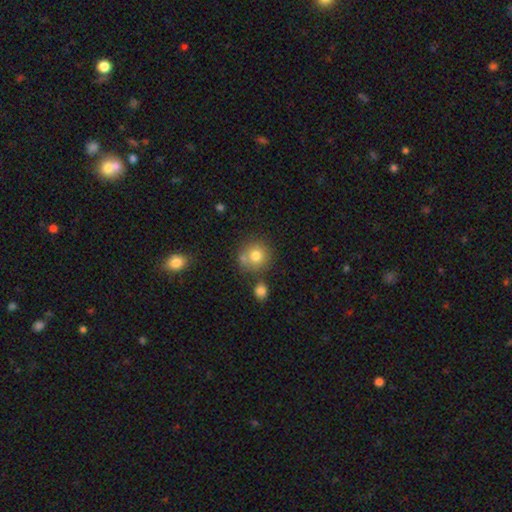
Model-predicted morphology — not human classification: Smooth or featured?
  - smooth: 77% *
  - featured or disk: 12%
  - star or artifact: 11%
How rounded?
  - round: 89% *
  - in between: 10%
  - cigar-shaped: 1%
Merging?
  - none: 64% *
  - merger: 18%
  - minor disturbance: 13%
  - major disturbance: 4%